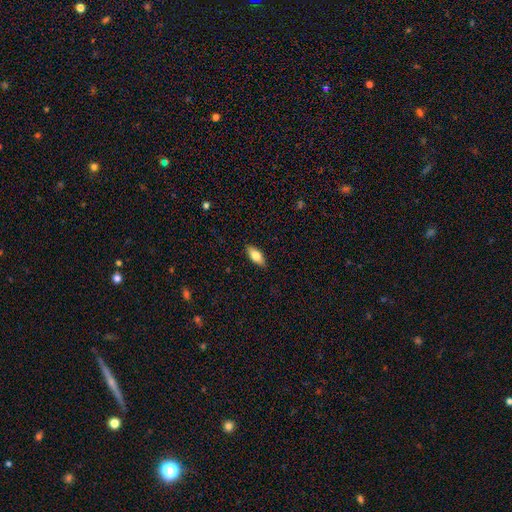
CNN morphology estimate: A smooth galaxy with no disk features (73%) that is in between round and cigar-shaped (83%).

Vote fractions:
- Smooth or featured? smooth: 73% / featured or disk: 20% / star or artifact: 6%
- How rounded? in between: 83% / cigar-shaped: 14% / round: 3%
- Merging? none: 87% / minor disturbance: 10% / major disturbance: 2% / merger: 1%